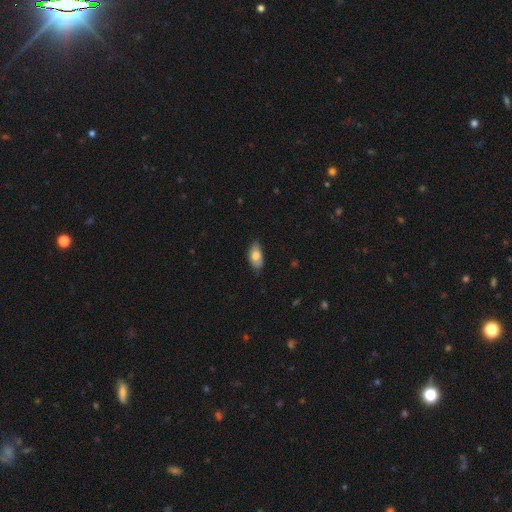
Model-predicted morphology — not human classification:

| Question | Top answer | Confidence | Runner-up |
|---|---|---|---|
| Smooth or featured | smooth | 76% | featured or disk (18%) |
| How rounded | in between | 92% | cigar-shaped (5%) |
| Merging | none | 70% | minor disturbance (25%) |